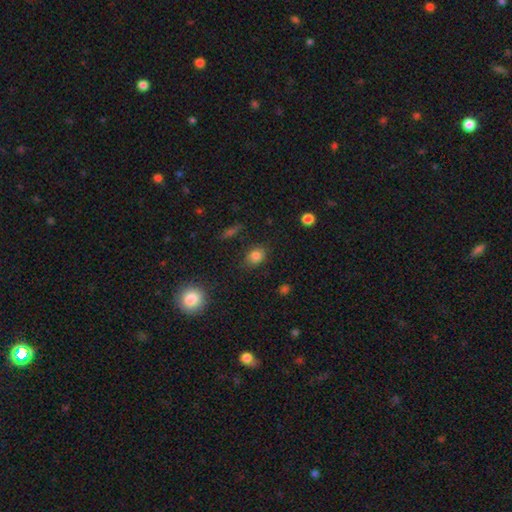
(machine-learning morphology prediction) type=smooth (80%); roundness=in between (57%); merging=none (80%).